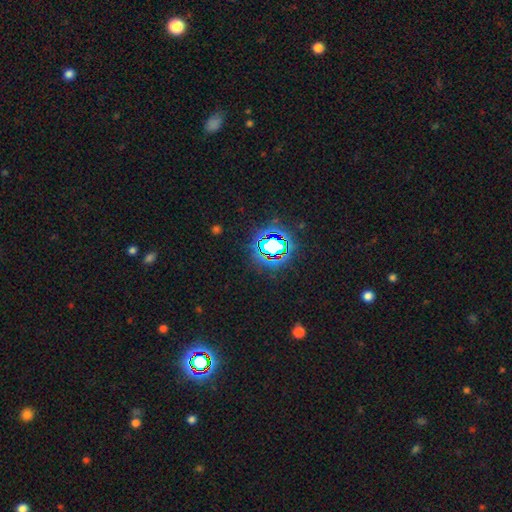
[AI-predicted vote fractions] Smooth or featured? Predicted: star or artifact (p=0.78).